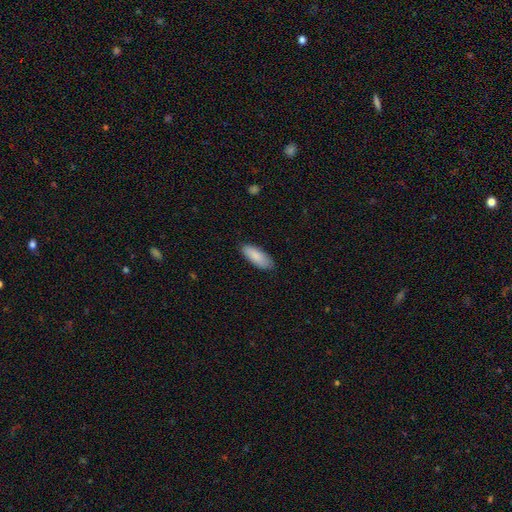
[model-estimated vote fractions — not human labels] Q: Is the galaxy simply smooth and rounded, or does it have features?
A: smooth — 88%.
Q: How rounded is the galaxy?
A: in between — 77%.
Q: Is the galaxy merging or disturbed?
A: none — 84%.